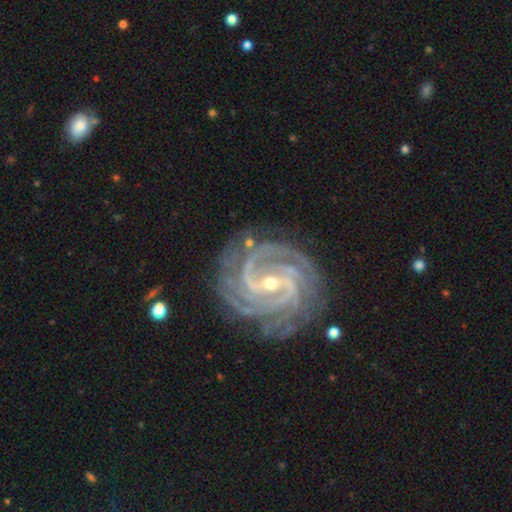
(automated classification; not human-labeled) Smooth or featured? Predicted: featured or disk (p=0.93). Edge-on disk? Predicted: no (p=0.98). Bar? Predicted: strong (p=0.41). Spiral arms? Predicted: yes (p=0.99). Spiral winding? Predicted: tight (p=0.69). Spiral arm count? Predicted: 4 (p=0.27). Bulge size? Predicted: small (p=0.70). Merging? Predicted: none (p=0.79).